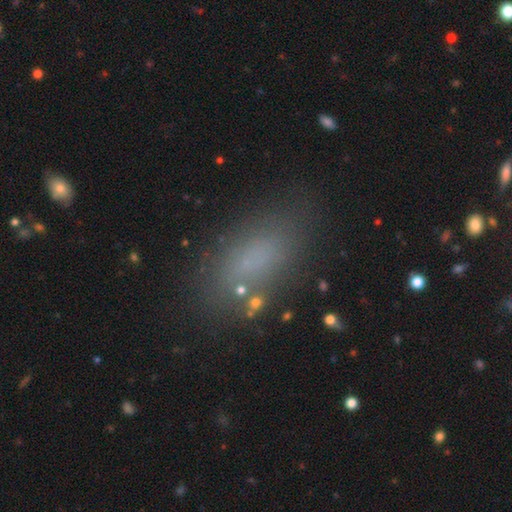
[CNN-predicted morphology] This appears to be a smooth galaxy with no disk features (74%) that is in between round and cigar-shaped (84%). Merging: none (78%).